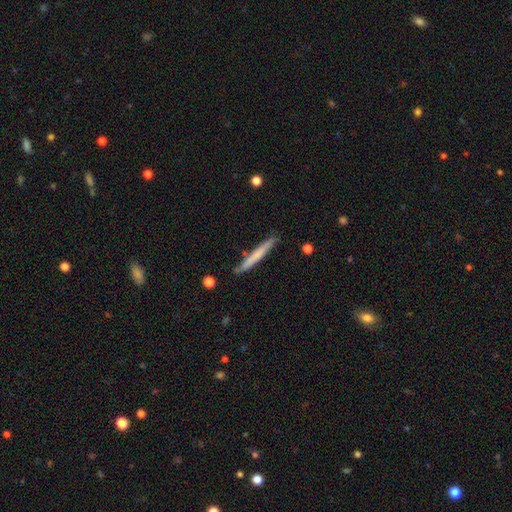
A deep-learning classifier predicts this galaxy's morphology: This appears to be a smooth galaxy with no disk features (64%) that is cigar-shaped (97%). Merging: none (86%).